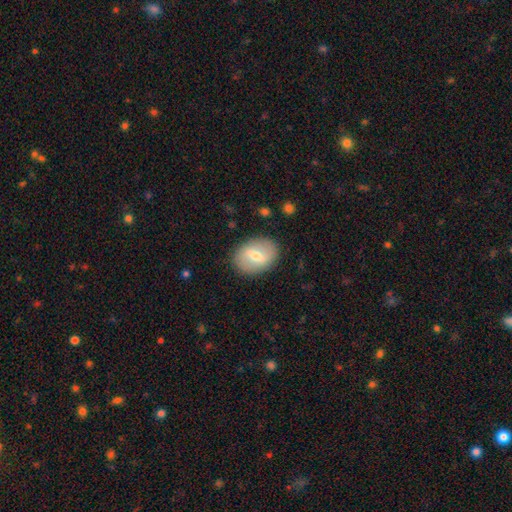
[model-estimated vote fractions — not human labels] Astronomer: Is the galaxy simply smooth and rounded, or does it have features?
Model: smooth — 52% (runner-up: featured or disk, 41%).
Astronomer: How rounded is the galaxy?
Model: in between — 71%.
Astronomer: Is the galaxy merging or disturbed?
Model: none — 86%.